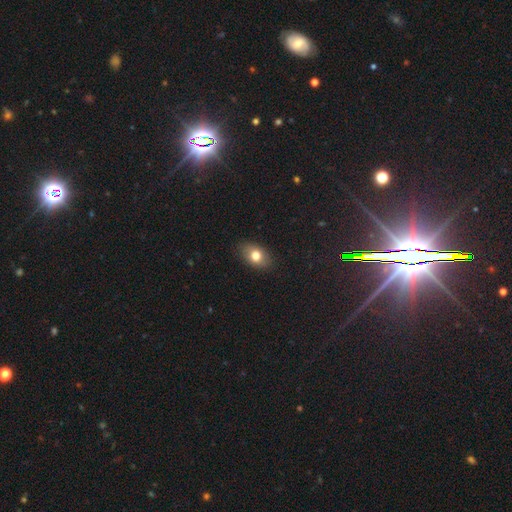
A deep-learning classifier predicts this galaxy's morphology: Smooth or featured?
  - smooth: 77% *
  - featured or disk: 14%
  - star or artifact: 9%
How rounded?
  - in between: 83% *
  - round: 15%
  - cigar-shaped: 2%
Merging?
  - none: 86% *
  - minor disturbance: 10%
  - major disturbance: 2%
  - merger: 1%